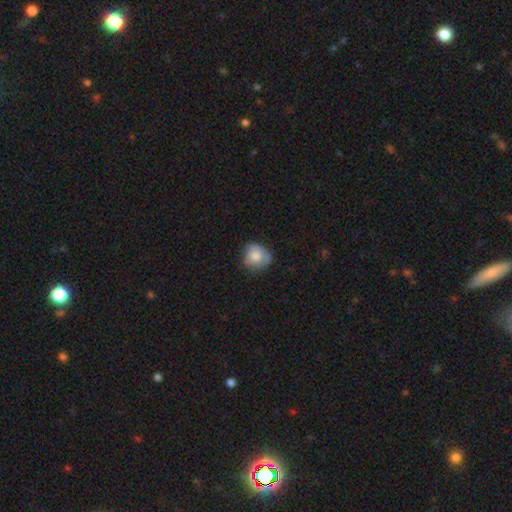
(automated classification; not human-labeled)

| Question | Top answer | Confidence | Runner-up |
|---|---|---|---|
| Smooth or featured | smooth | 75% | featured or disk (17%) |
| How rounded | round | 74% | in between (25%) |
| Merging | none | 54% | minor disturbance (33%) |